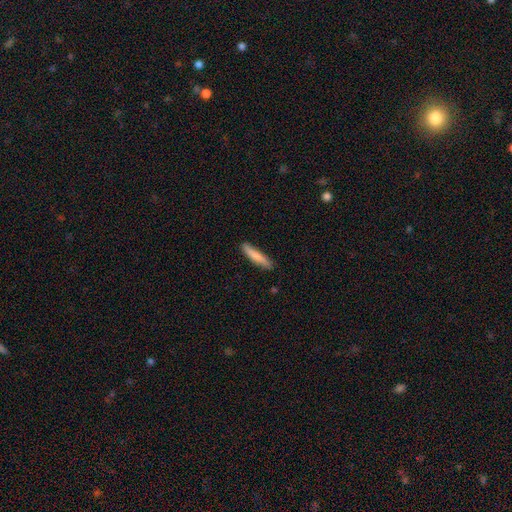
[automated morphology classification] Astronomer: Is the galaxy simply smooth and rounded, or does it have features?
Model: smooth — 80%.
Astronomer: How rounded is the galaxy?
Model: cigar-shaped — 90%.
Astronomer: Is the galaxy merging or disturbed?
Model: none — 84%.